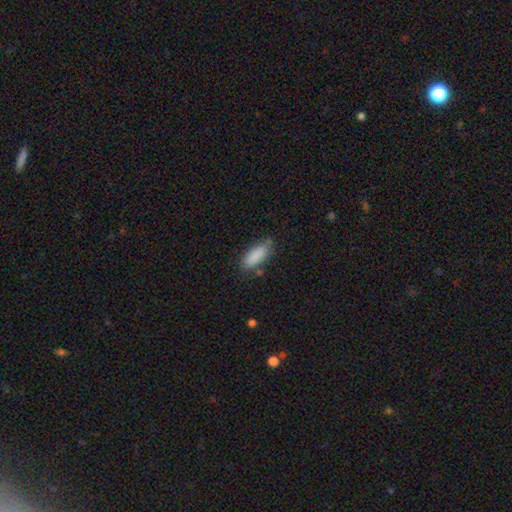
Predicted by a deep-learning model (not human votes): Morphology: type=smooth (87%); roundness=in between (75%); merging=none (72%).